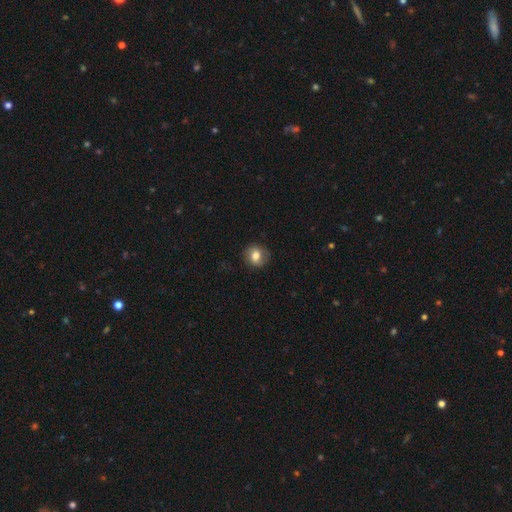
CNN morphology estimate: This is likely a smooth galaxy (74%). How rounded: likely round (74%). Merging: clearly none (85%).